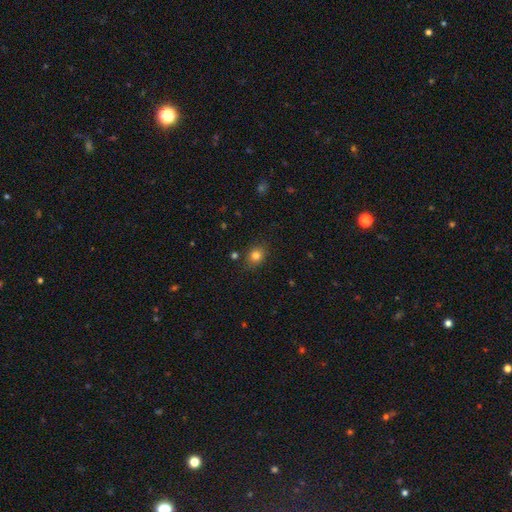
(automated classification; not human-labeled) smooth_or_featured: smooth (p=0.79) [alt: star or artifact p=0.13]
how_rounded: round (p=0.59) [alt: in between p=0.40]
merging: none (p=0.83) [alt: minor disturbance p=0.12]